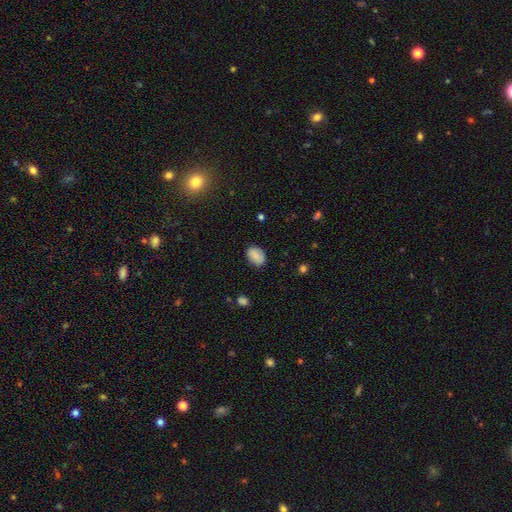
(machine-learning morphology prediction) smooth 82%, featured or disk 10%, star or artifact 8%. Down the decision tree: how rounded — in between (84%); merging — none (81%).